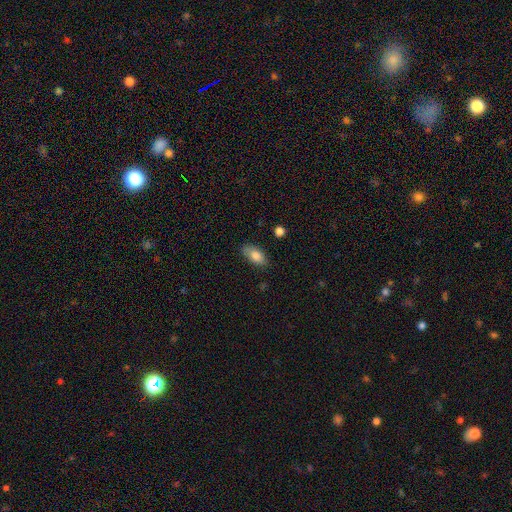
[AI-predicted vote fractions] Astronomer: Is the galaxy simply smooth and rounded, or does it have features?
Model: smooth — 81%.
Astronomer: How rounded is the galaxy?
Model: in between — 89%.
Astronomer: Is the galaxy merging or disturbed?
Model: none — 76%.